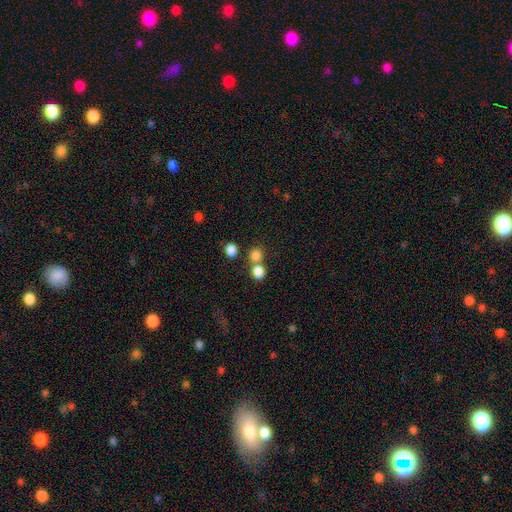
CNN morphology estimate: A smooth galaxy with no disk features (81%) that is round (86%). Merging: none (57%).